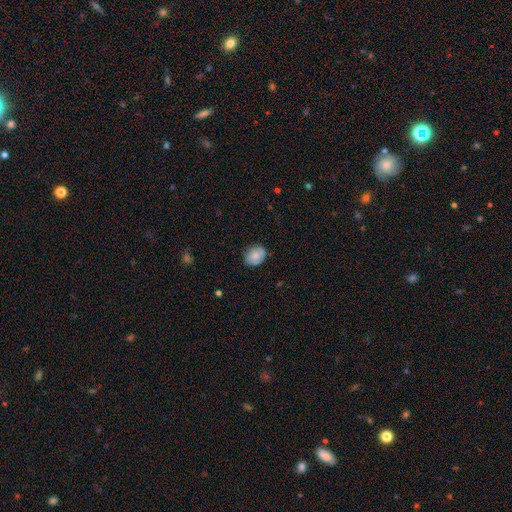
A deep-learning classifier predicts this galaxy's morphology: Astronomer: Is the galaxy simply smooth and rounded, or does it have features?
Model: smooth — 73%.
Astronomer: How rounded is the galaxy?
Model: round — 57% (runner-up: in between, 42%).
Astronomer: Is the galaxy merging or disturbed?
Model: none — 76%.